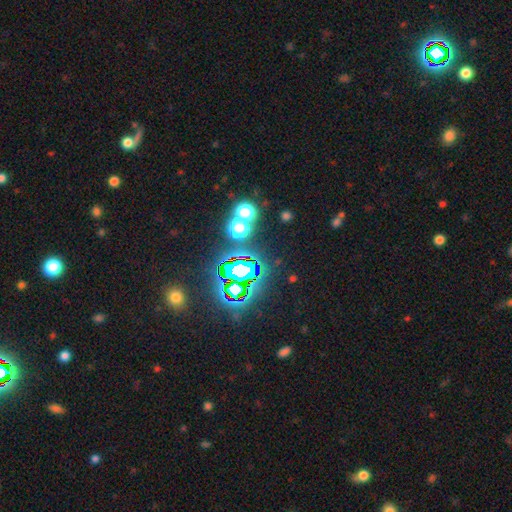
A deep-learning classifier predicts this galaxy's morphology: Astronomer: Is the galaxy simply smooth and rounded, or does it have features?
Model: star or artifact — 82%.